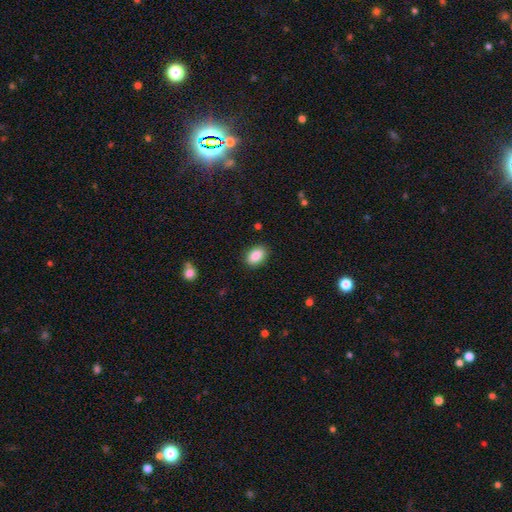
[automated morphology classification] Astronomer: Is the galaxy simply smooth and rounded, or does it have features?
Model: smooth — 88%.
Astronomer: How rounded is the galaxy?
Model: in between — 87%.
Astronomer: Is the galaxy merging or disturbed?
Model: none — 88%.